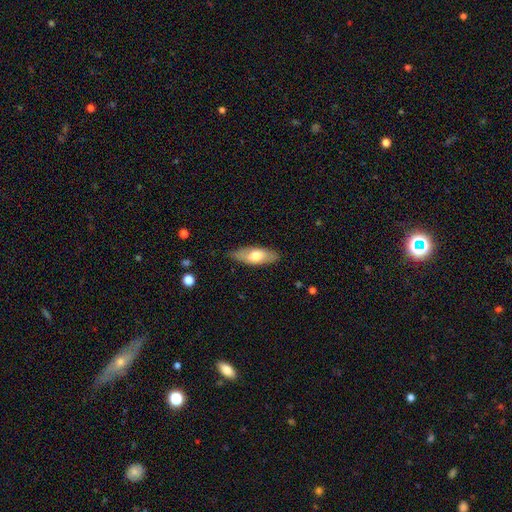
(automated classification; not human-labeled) smooth_or_featured: smooth (p=0.62) [alt: featured or disk p=0.33]
how_rounded: in between (p=0.74) [alt: cigar-shaped p=0.24]
merging: none (p=0.81) [alt: minor disturbance p=0.15]